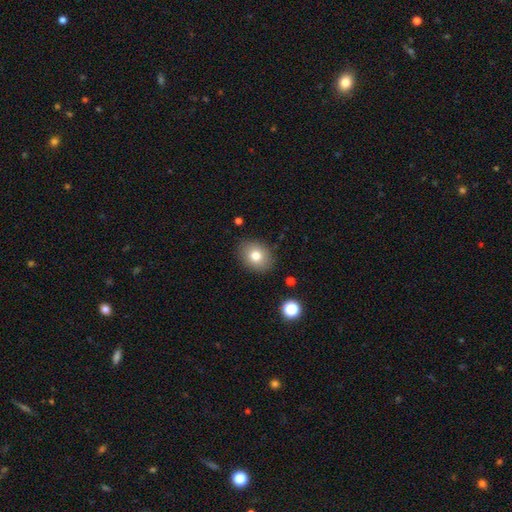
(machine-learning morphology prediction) Q: Smooth or featured?
A: smooth (78%); runner-up: featured or disk (11%)
Q: How rounded?
A: in between (51%); runner-up: round (48%)
Q: Merging?
A: none (86%); runner-up: minor disturbance (10%)